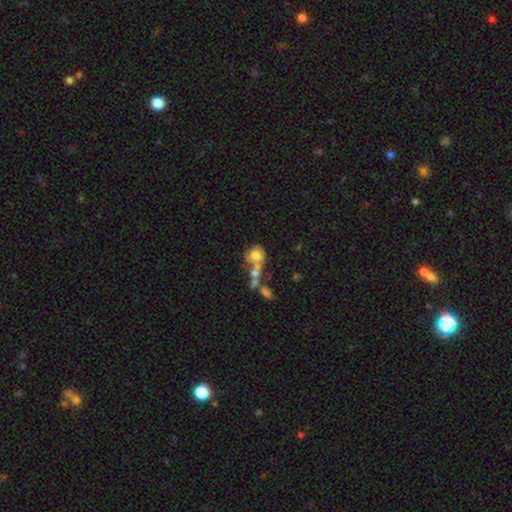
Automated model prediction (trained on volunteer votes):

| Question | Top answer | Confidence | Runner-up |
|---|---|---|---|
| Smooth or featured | smooth | 58% | featured or disk (32%) |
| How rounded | round | 67% | in between (31%) |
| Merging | merger | 51% | none (26%) |